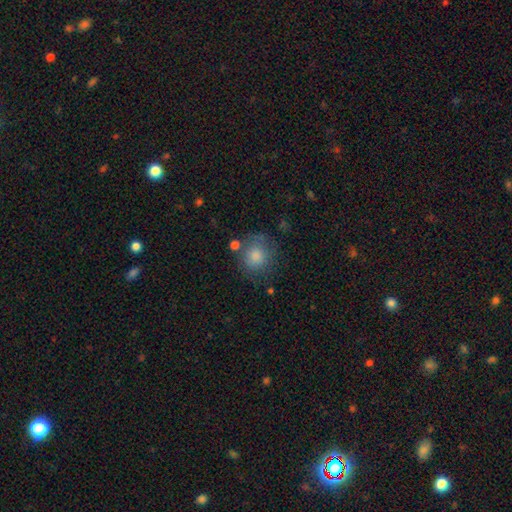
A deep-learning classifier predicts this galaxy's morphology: smooth 79%, star or artifact 11%, featured or disk 10%. Down the decision tree: how rounded — round (85%); merging — none (73%).